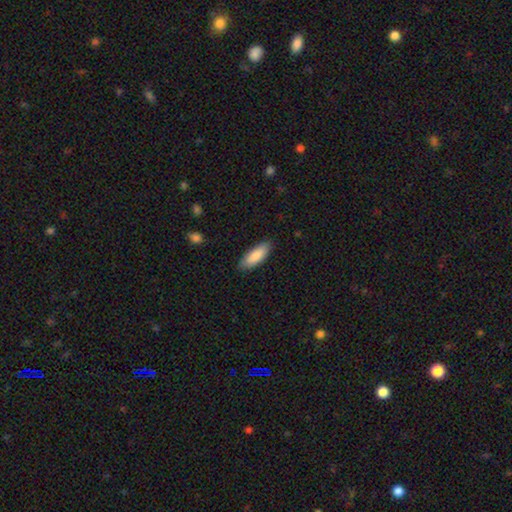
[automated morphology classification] Smooth or featured? smooth (87%)
How rounded? in between (64%)
Merging? none (87%)